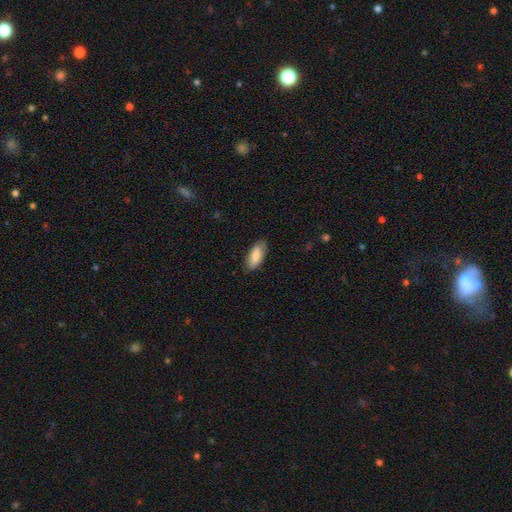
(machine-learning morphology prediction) Smooth or featured: smooth — 82% (featured or disk — 12%)
How rounded: in between — 85% (cigar-shaped — 14%)
Merging: none — 81% (minor disturbance — 15%)